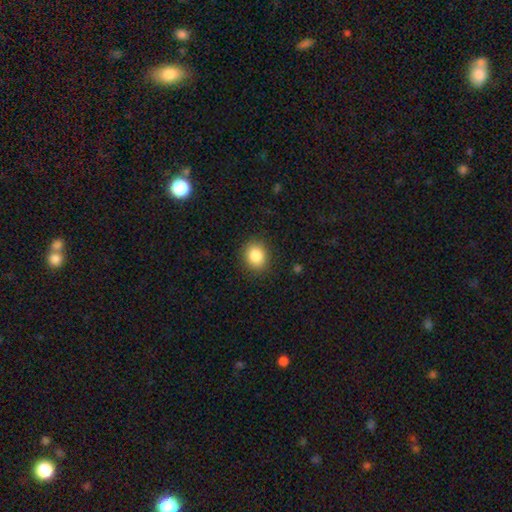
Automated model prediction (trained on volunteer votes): Morphology: type=smooth (86%); roundness=round (67%); merging=none (88%).